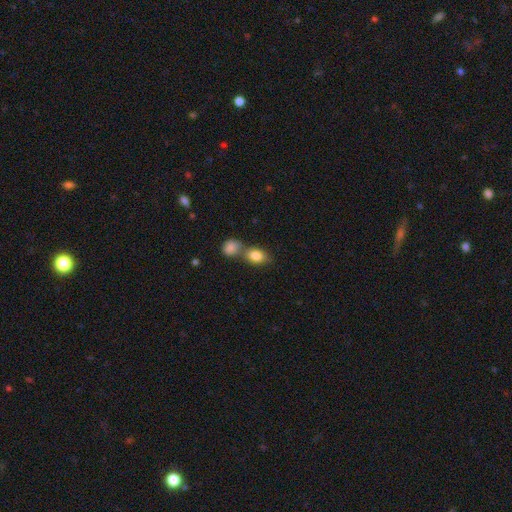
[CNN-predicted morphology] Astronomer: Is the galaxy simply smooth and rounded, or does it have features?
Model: smooth — 84%.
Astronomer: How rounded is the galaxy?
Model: in between — 72%.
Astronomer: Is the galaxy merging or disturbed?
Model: none — 45% (runner-up: merger, 40%).